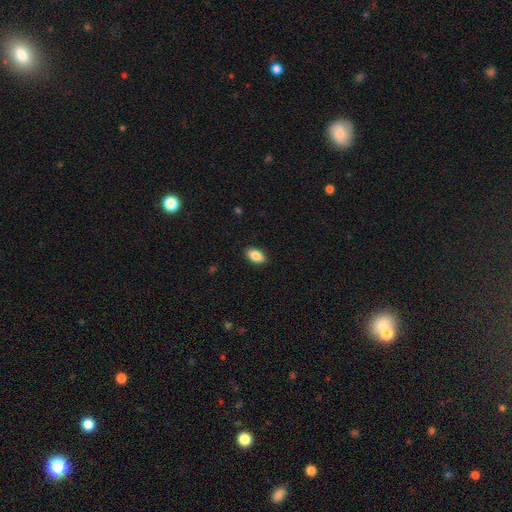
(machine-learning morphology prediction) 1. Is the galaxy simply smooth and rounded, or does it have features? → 86% smooth, 7% featured or disk, 7% star or artifact.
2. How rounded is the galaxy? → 92% in between, 4% round, 4% cigar-shaped.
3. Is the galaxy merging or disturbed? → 89% none, 8% minor disturbance, 2% major disturbance, 1% merger.